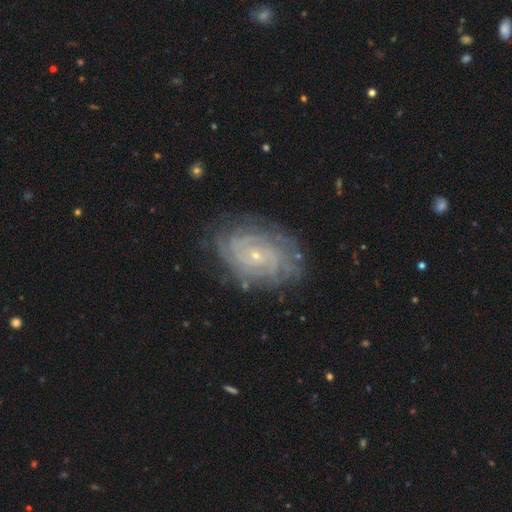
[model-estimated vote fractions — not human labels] Smooth or featured: featured or disk — 85% (smooth — 8%)
Edge-on disk: no — 96% (yes — 4%)
Bar: no — 75% (weak — 20%)
Spiral arms: yes — 96% (no — 4%)
Spiral winding: tight — 80% (medium — 17%)
Spiral arm count: can't tell — 36% (4 — 16%)
Bulge size: small — 84% (moderate — 13%)
Merging: none — 78% (minor disturbance — 15%)